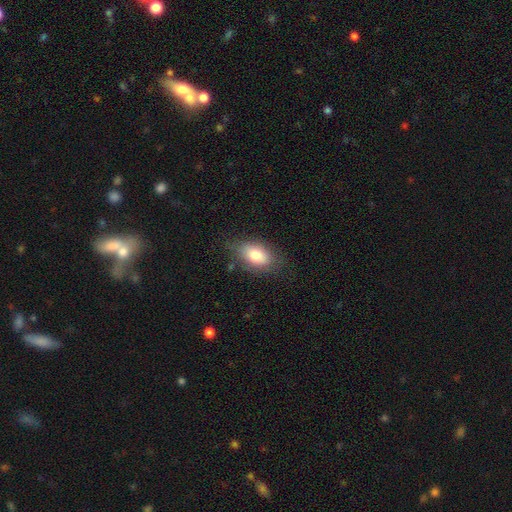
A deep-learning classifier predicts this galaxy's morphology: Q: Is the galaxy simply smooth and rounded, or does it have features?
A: smooth — 77%.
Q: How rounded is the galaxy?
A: in between — 87%.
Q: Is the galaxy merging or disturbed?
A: none — 74%.